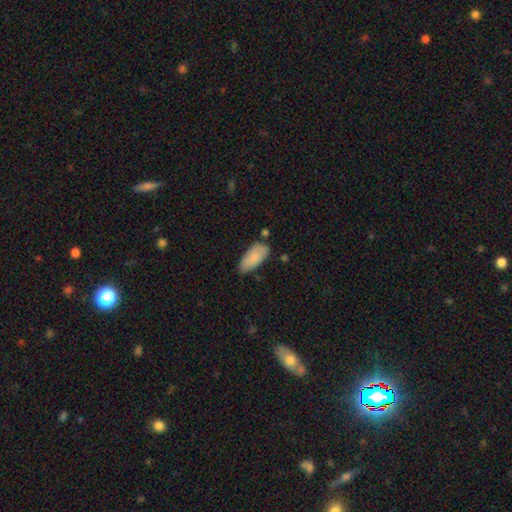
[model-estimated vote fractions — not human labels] A smooth galaxy with no disk features (86%) that is in between round and cigar-shaped (88%).

Vote fractions:
- Smooth or featured? smooth: 86% / featured or disk: 8% / star or artifact: 6%
- How rounded? in between: 88% / cigar-shaped: 11% / round: 2%
- Merging? none: 68% / minor disturbance: 23% / major disturbance: 4% / merger: 4%